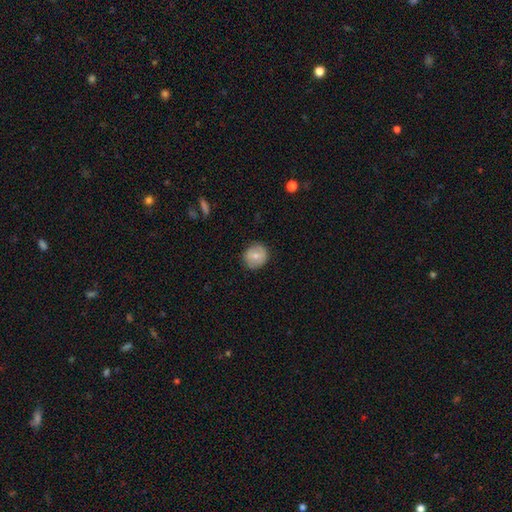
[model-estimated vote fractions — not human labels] Smooth or featured?
  - smooth: 67% *
  - featured or disk: 25%
  - star or artifact: 7%
How rounded?
  - round: 86% *
  - in between: 13%
  - cigar-shaped: 1%
Merging?
  - none: 85% *
  - minor disturbance: 12%
  - major disturbance: 3%
  - merger: 1%